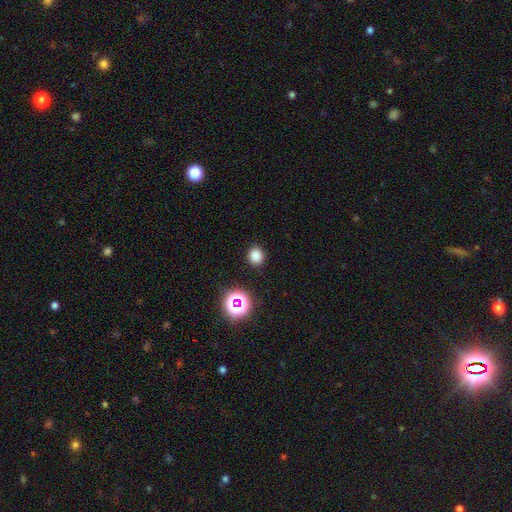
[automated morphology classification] This is likely a smooth galaxy (79%). How rounded: likely round (80%). Merging: clearly none (90%).